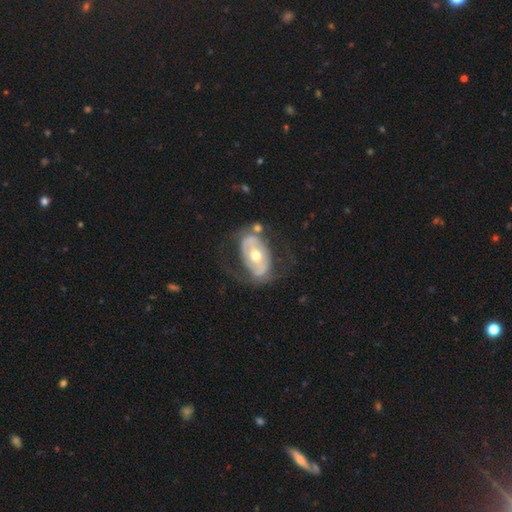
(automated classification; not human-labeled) smooth_or_featured: featured or disk (p=0.71) [alt: smooth p=0.24]
disk_edge_on: no (p=0.93) [alt: yes p=0.07]
bar: no (p=0.51) [alt: weak p=0.27]
has_spiral_arms: yes (p=0.50) [tied with: no p=0.50]
bulge_size: moderate (p=0.73) [alt: small p=0.20]
merging: none (p=0.60) [alt: minor disturbance p=0.19]